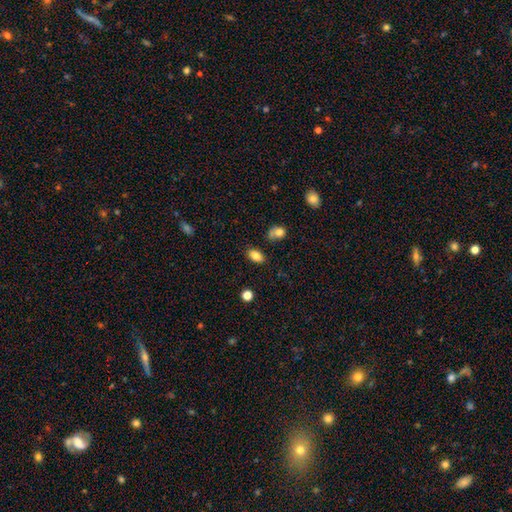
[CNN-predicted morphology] smooth_or_featured: smooth (p=0.83) [alt: star or artifact p=0.10]
how_rounded: in between (p=0.89) [alt: round p=0.09]
merging: none (p=0.80) [alt: minor disturbance p=0.12]